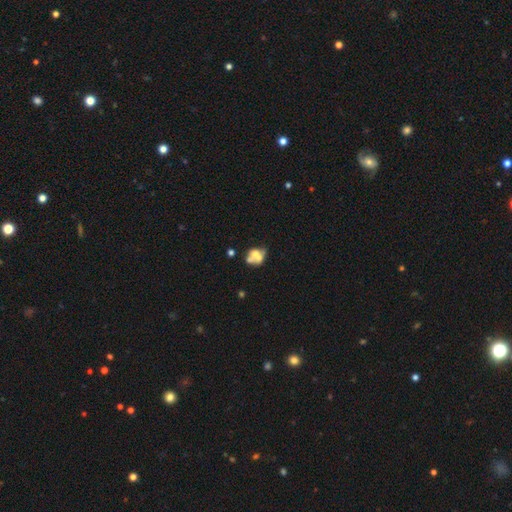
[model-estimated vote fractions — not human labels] This is possibly a smooth galaxy (45%). Merging: possibly merger (48%).